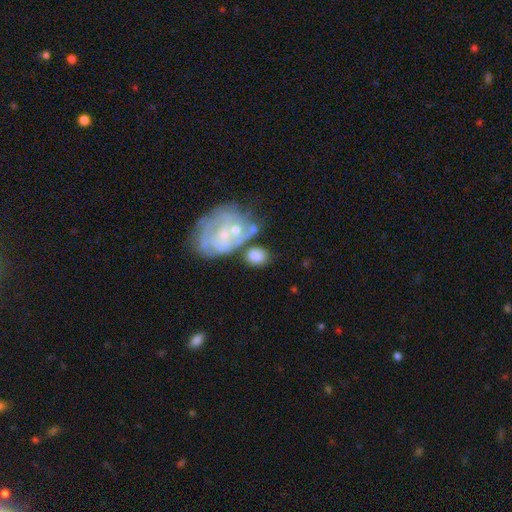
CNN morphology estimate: Smooth or featured: smooth — 62% (featured or disk — 30%)
How rounded: in between — 60% (round — 39%)
Merging: none — 46% (merger — 25%)